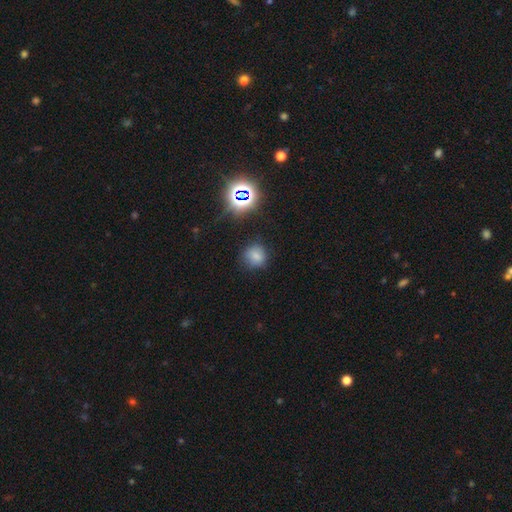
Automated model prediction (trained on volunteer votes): Smooth or featured? smooth (70%)
How rounded? round (83%)
Merging? none (79%)